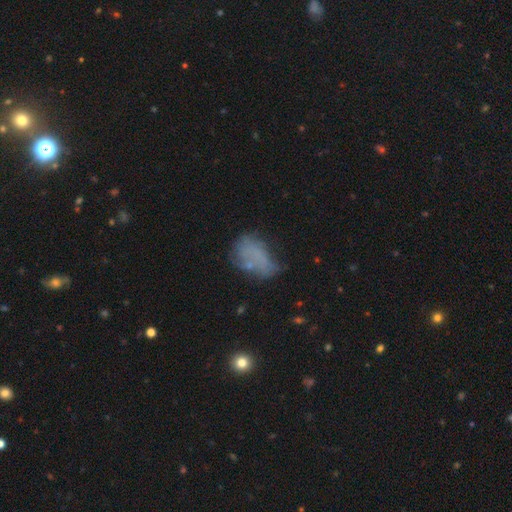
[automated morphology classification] A smooth galaxy with no disk features (54%) that is in between round and cigar-shaped (85%). Merging: none (36%).